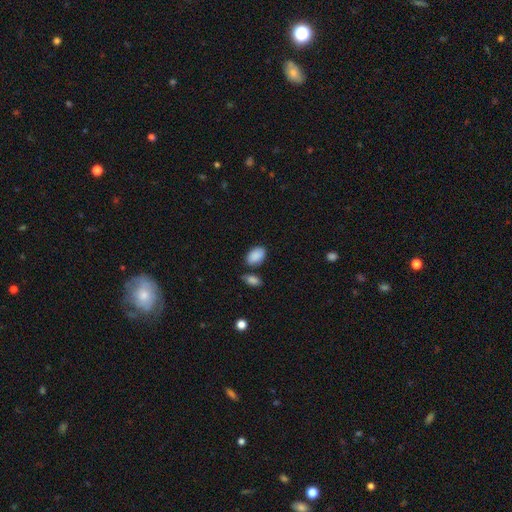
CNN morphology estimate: Smooth or featured: smooth — 89% (star or artifact — 7%)
How rounded: in between — 91% (round — 8%)
Merging: none — 70% (minor disturbance — 15%)